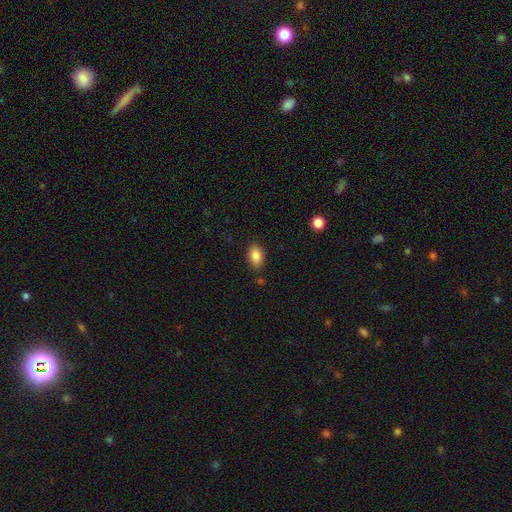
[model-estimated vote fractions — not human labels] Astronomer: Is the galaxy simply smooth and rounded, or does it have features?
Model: smooth — 85%.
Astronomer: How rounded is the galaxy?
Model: in between — 89%.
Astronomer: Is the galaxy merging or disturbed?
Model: none — 85%.